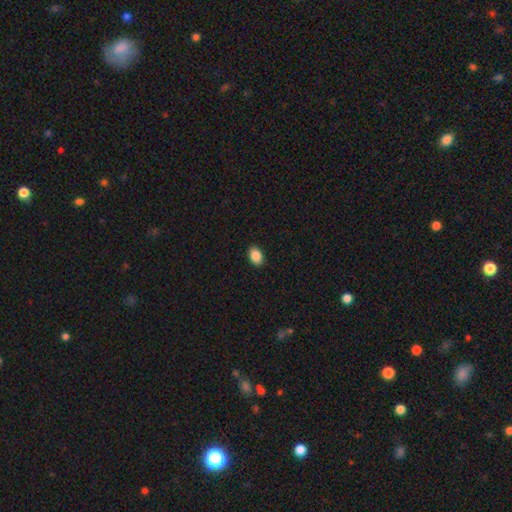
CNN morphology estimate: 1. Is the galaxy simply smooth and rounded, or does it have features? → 88% smooth, 8% star or artifact, 4% featured or disk.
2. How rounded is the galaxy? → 81% in between, 18% round, 1% cigar-shaped.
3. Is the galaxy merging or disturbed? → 90% none, 7% minor disturbance, 2% major disturbance, 1% merger.